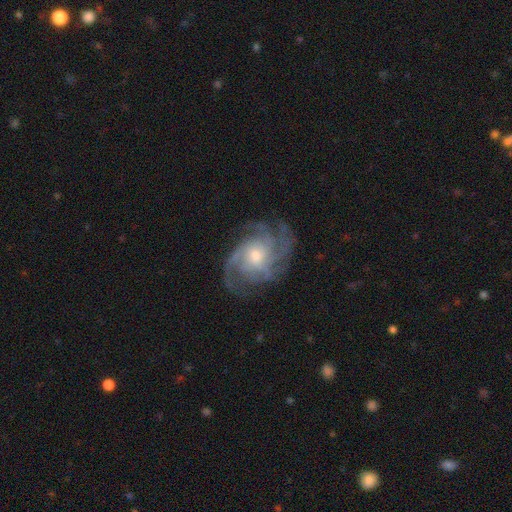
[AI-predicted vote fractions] featured or disk 89%, star or artifact 6%, smooth 5%. Down the decision tree: edge-on disk — no (97%); bar — no (69%); spiral arms — yes (98%); spiral arm count — 4 (31%); spiral winding — tight (48%); bulge size — moderate (59%); merging — none (74%).